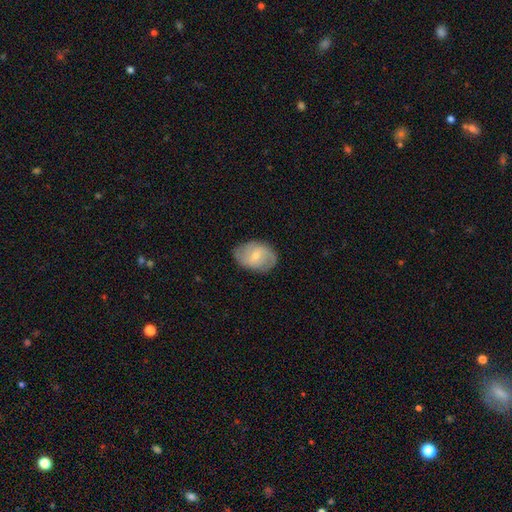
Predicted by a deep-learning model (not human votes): Smooth or featured: featured or disk — 53% (smooth — 40%)
Edge-on disk: no — 96% (yes — 4%)
Bar: weak — 50% (no — 39%)
Spiral arms: yes — 80% (no — 20%)
Bulge size: small — 58% (moderate — 38%)
Merging: none — 79% (minor disturbance — 16%)